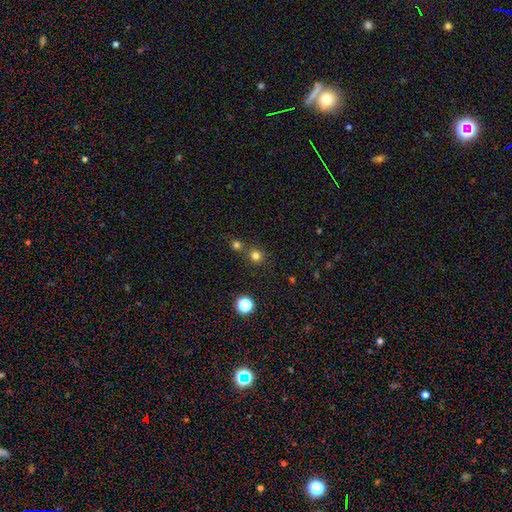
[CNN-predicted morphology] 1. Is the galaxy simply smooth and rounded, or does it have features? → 75% smooth, 20% star or artifact, 6% featured or disk.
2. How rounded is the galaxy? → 91% round, 8% in between, 1% cigar-shaped.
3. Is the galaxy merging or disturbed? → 65% none, 25% merger, 7% minor disturbance, 3% major disturbance.